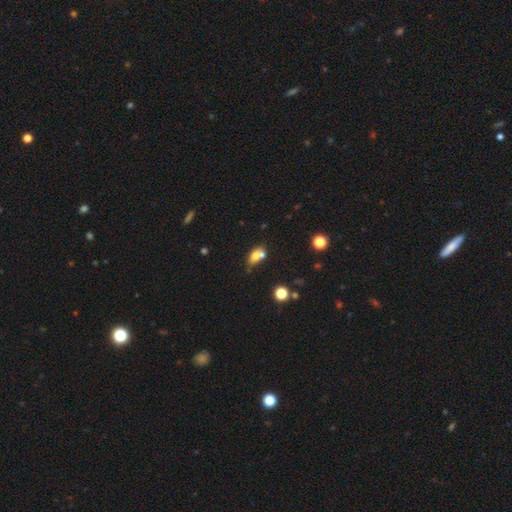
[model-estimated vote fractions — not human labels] smooth 70%, featured or disk 17%, star or artifact 12%. Down the decision tree: how rounded — in between (71%); merging — merger (50%).